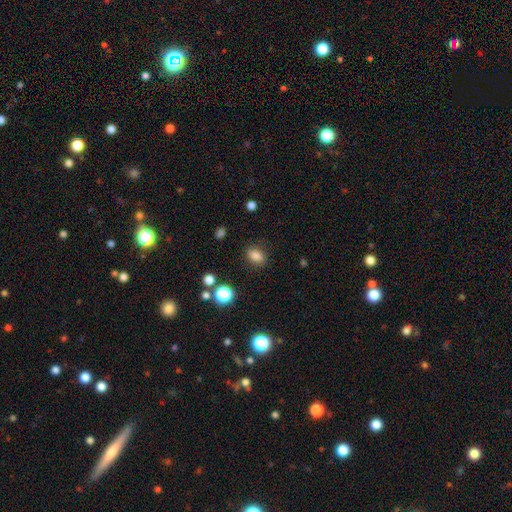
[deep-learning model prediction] smooth-or-featured: smooth: 82% | star or artifact: 12% | featured or disk: 6%
  how-rounded: in between: 73% | round: 25% | cigar-shaped: 2%
  merging: none: 84% | minor disturbance: 10% | major disturbance: 3% | merger: 2%